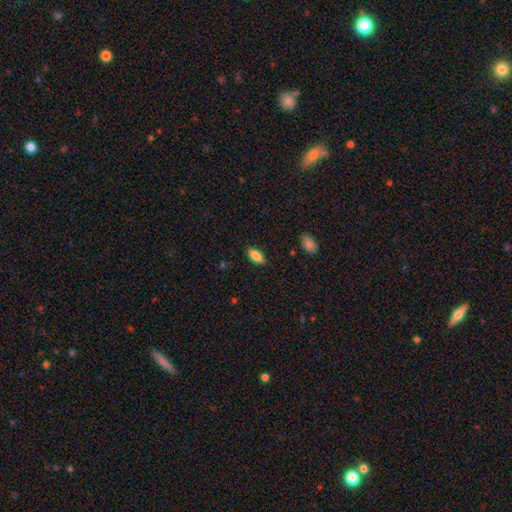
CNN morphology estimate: The model was most divided on "smooth or featured": smooth: 84%, featured or disk: 9%, star or artifact: 7%. More confident: how rounded — in between (89%); merging — none (86%).